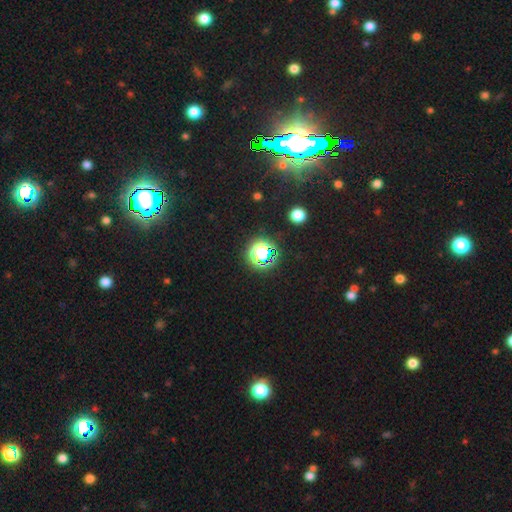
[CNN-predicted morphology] star or artifact 64%, smooth 27%, featured or disk 9%.